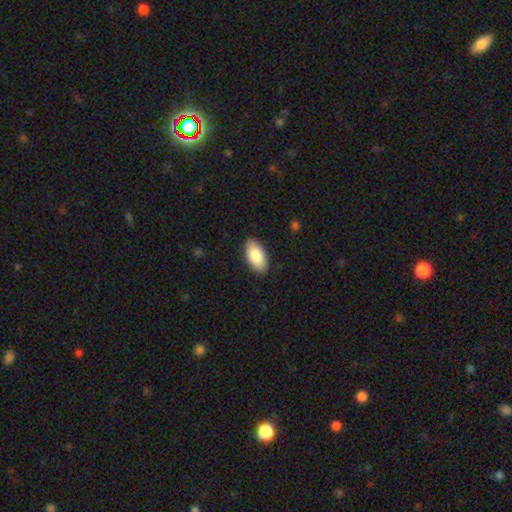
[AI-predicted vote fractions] Smooth or featured? Predicted: smooth (p=0.85). How rounded? Predicted: in between (p=0.94). Merging? Predicted: none (p=0.88).